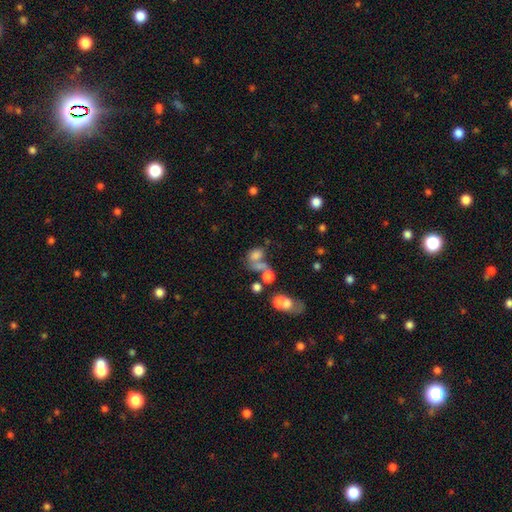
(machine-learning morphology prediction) Smooth or featured? Predicted: smooth (p=0.62). How rounded? Predicted: in between (p=0.63). Merging? Predicted: merger (p=0.49).